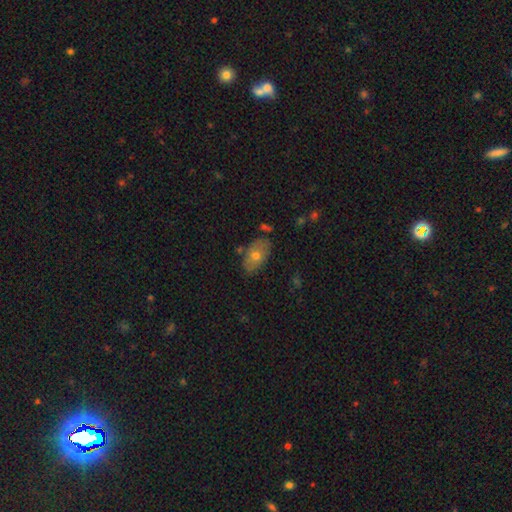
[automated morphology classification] type=smooth (68%); roundness=in between (89%); merging=none (75%).